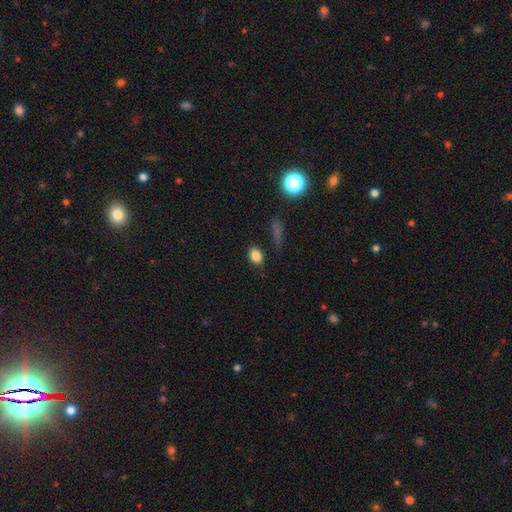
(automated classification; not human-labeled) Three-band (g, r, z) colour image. It shows a smooth galaxy with no disk features (83%) that is in between round and cigar-shaped (76%). Merging: none (82%).